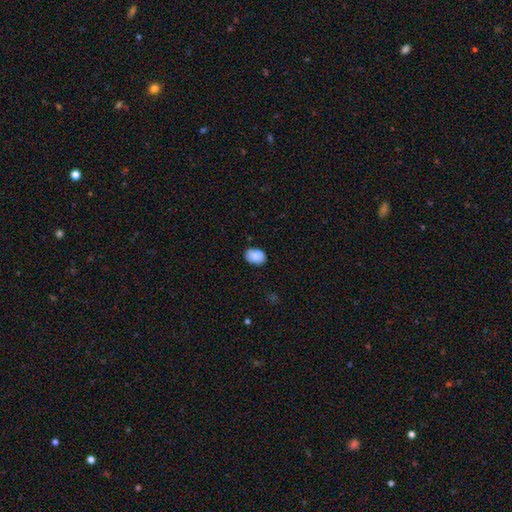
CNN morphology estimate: smooth 86%, star or artifact 7%, featured or disk 6%. Down the decision tree: how rounded — in between (76%); merging — none (79%).